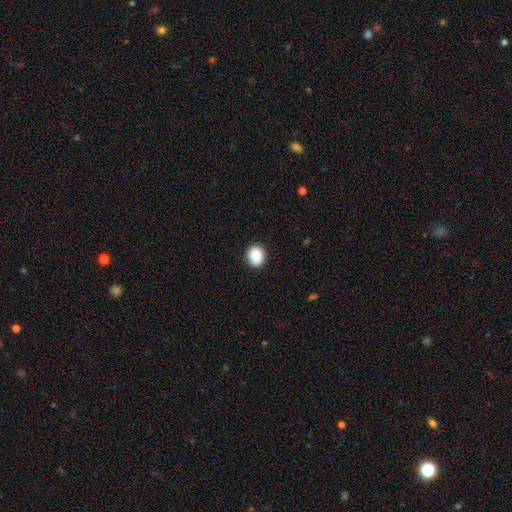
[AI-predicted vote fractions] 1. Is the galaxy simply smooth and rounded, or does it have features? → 87% smooth, 8% star or artifact, 4% featured or disk.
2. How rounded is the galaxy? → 62% round, 37% in between, 1% cigar-shaped.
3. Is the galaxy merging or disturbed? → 91% none, 6% minor disturbance, 2% major disturbance, 1% merger.